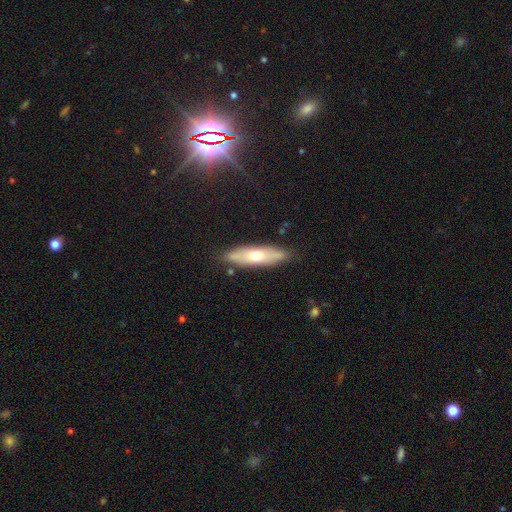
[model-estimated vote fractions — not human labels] smooth-or-featured: smooth: 53% | featured or disk: 40% | star or artifact: 7%
  how-rounded: cigar-shaped: 64% | in between: 34% | round: 2%
  merging: none: 83% | minor disturbance: 13% | major disturbance: 2% | merger: 2%